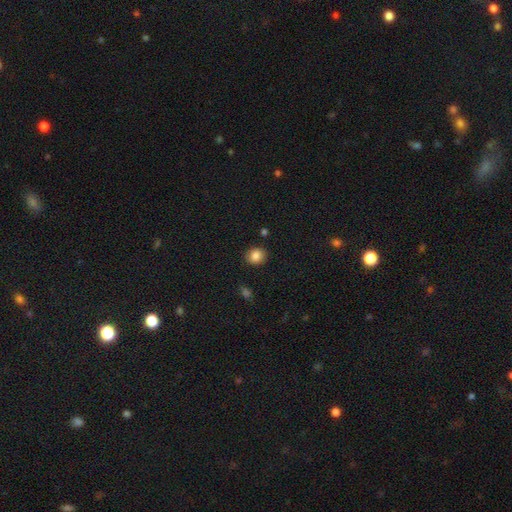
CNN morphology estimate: Smooth or featured? smooth (85%)
How rounded? round (71%)
Merging? none (87%)